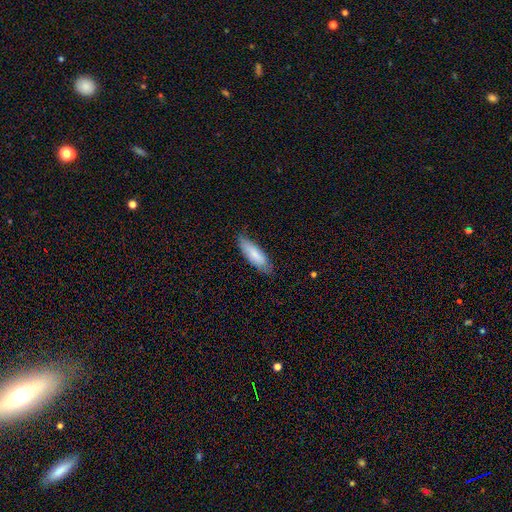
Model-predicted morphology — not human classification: Smooth or featured?
  - smooth: 79% *
  - featured or disk: 15%
  - star or artifact: 6%
How rounded?
  - cigar-shaped: 50% *
  - in between: 49%
  - round: 1%
Merging?
  - none: 77% *
  - minor disturbance: 19%
  - major disturbance: 3%
  - merger: 1%